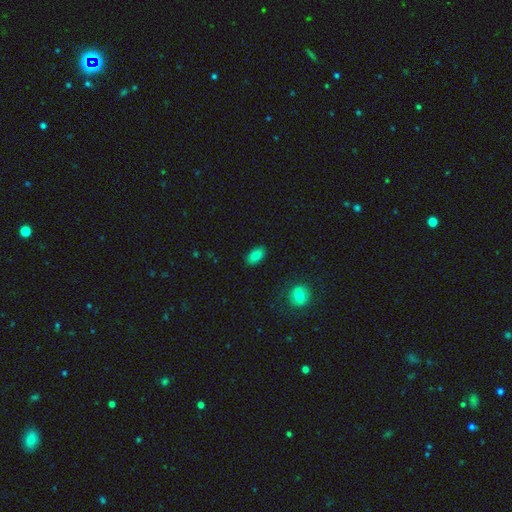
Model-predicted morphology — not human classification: Smooth or featured: smooth — 84% (star or artifact — 9%)
How rounded: in between — 92% (round — 5%)
Merging: none — 87% (minor disturbance — 9%)